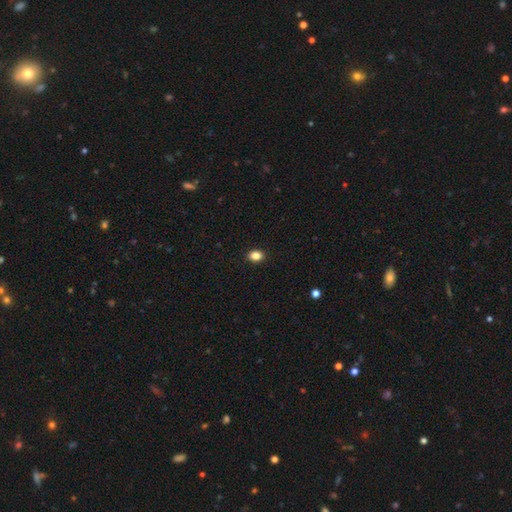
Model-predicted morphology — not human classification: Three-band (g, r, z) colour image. It shows a smooth galaxy with no disk features (85%) that is in between round and cigar-shaped (67%). Merging: none (91%).